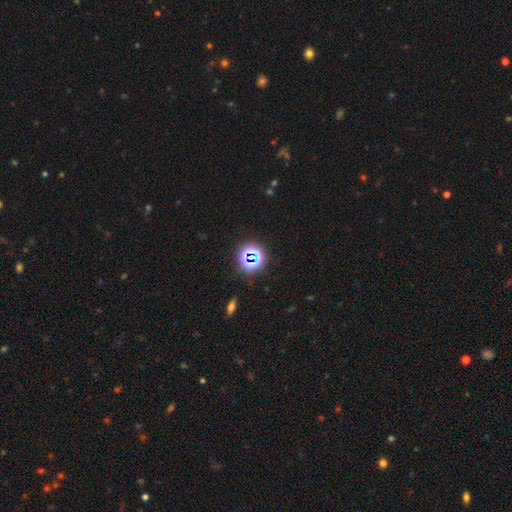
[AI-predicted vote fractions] Smooth or featured? star or artifact (68%)